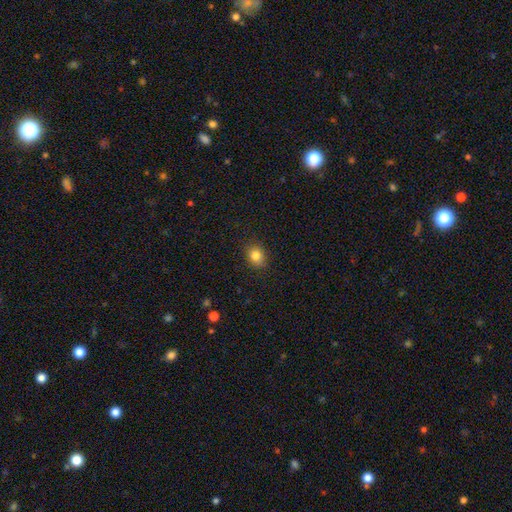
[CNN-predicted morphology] The model was most divided on "how rounded": round: 61%, in between: 38%, cigar-shaped: 1%. More confident: merging — none (88%); smooth or featured — smooth (83%).